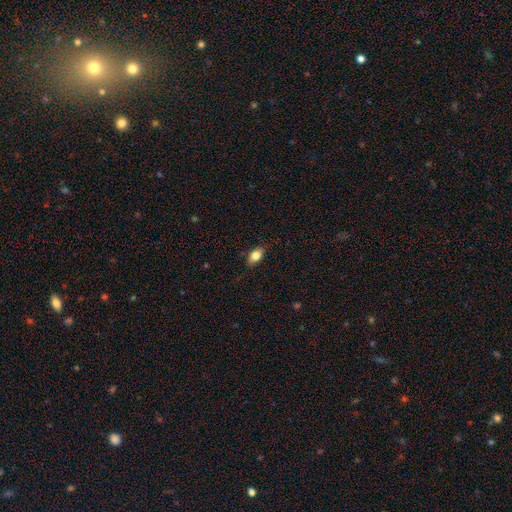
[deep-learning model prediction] smooth_or_featured: smooth (p=0.82) [alt: featured or disk p=0.10]
how_rounded: in between (p=0.87) [alt: round p=0.09]
merging: none (p=0.82) [alt: minor disturbance p=0.14]